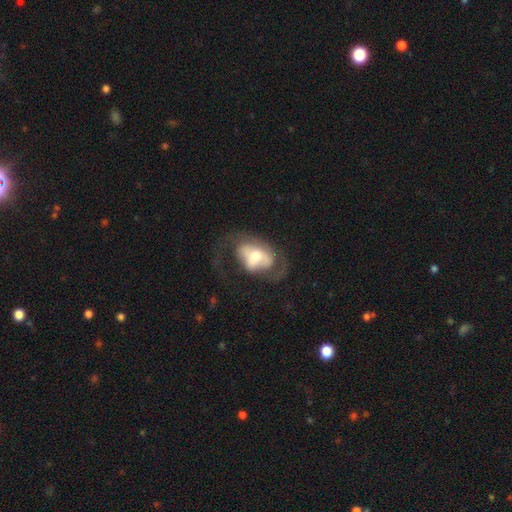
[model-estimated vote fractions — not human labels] Morphology: type=featured or disk (57%); edge-on=no (95%); bar=no (53%); spiral arms=yes (62%); bulge=moderate (50%); merging=major disturbance (47%).